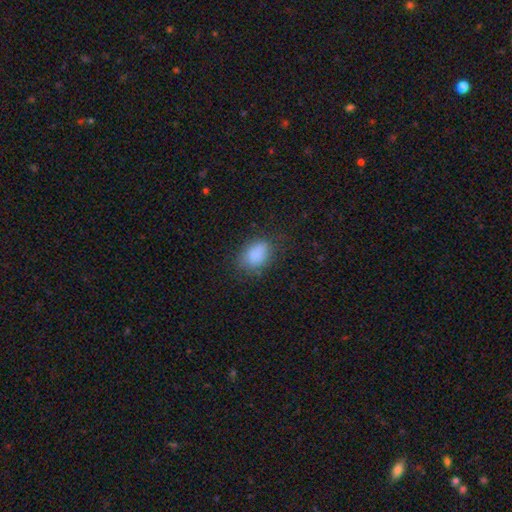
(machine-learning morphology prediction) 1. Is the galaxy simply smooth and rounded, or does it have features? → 84% smooth, 10% star or artifact, 6% featured or disk.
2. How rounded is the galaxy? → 82% in between, 16% round, 2% cigar-shaped.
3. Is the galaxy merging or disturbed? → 70% none, 20% minor disturbance, 8% major disturbance, 2% merger.